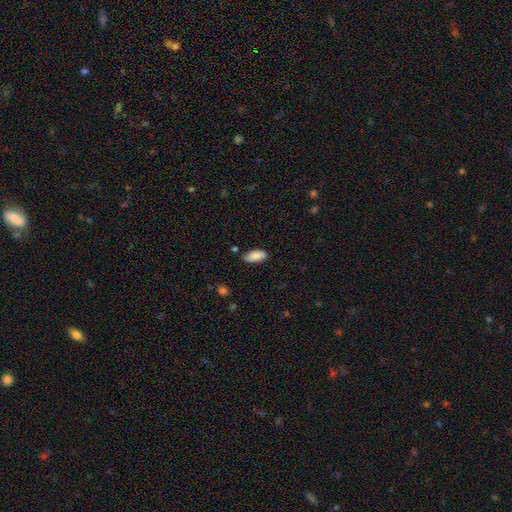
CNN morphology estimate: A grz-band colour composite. It shows a smooth galaxy with no disk features (87%) that is in between round and cigar-shaped (88%). Merging: none (80%).